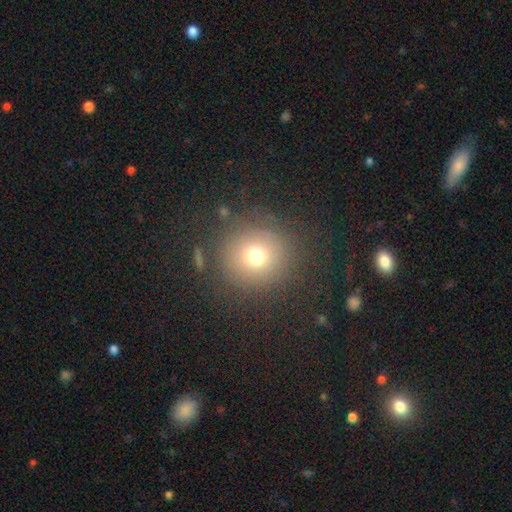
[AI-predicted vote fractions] This appears to be a smooth galaxy with no disk features (71%) that is round (92%). Merging: none (84%).